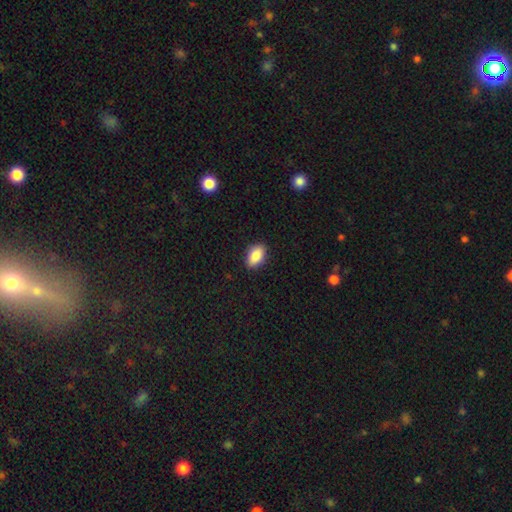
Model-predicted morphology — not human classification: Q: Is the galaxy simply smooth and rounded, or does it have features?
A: smooth — 87%.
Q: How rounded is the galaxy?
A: in between — 90%.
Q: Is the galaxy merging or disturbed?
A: none — 87%.